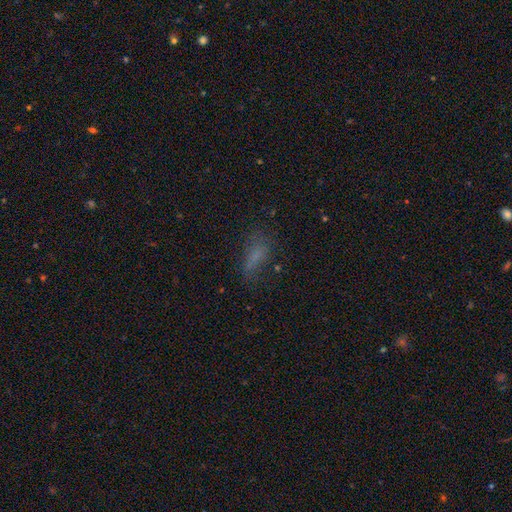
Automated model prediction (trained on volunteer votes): The model was most divided on "merging": none: 55%, minor disturbance: 25%, major disturbance: 17%, merger: 3%. More confident: how rounded — in between (64%); smooth or featured — smooth (62%).